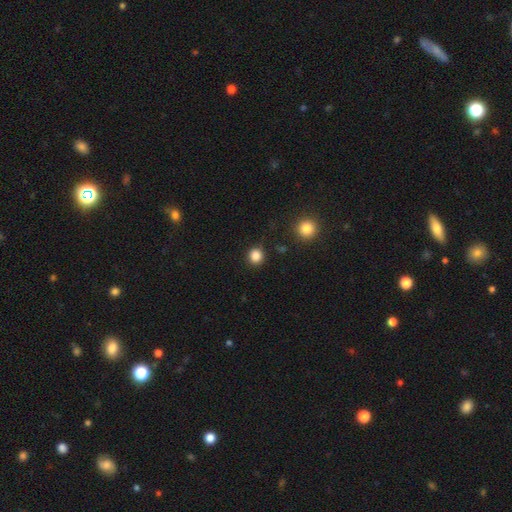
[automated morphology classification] Q: Smooth or featured?
A: smooth (85%); runner-up: star or artifact (12%)
Q: How rounded?
A: round (89%); runner-up: in between (10%)
Q: Merging?
A: none (89%); runner-up: minor disturbance (7%)